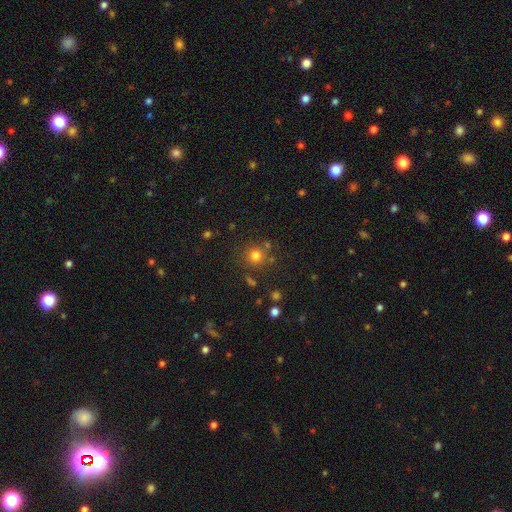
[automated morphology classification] smooth_or_featured: smooth (p=0.76) [alt: star or artifact p=0.16]
how_rounded: round (p=0.92) [alt: in between p=0.07]
merging: none (p=0.78) [alt: minor disturbance p=0.09]